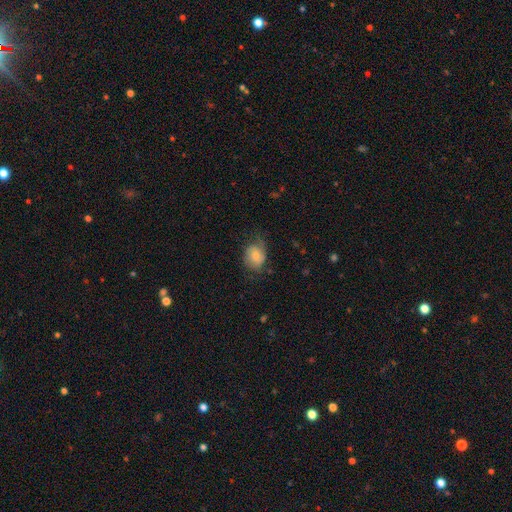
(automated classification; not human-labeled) This is likely a smooth galaxy (62%). How rounded: possibly in between (58%). Merging: possibly none (50%).